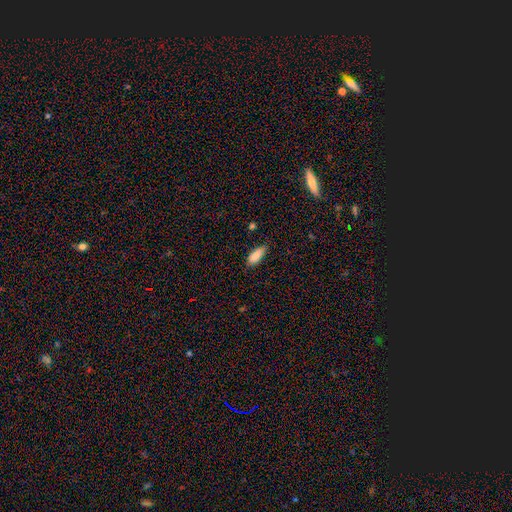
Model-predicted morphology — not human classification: Overall: smooth (86%). How rounded: in between (73%). Merging: none (75%).